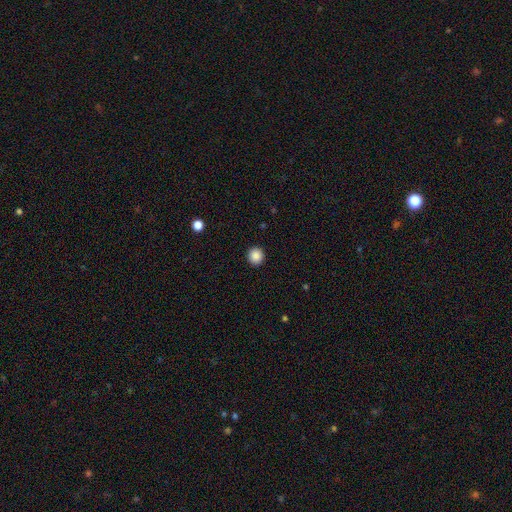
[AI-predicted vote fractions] smooth-or-featured: smooth: 88% | star or artifact: 9% | featured or disk: 3%
  how-rounded: round: 94% | in between: 5% | cigar-shaped: 1%
  merging: none: 93% | minor disturbance: 4% | major disturbance: 2% | merger: 1%